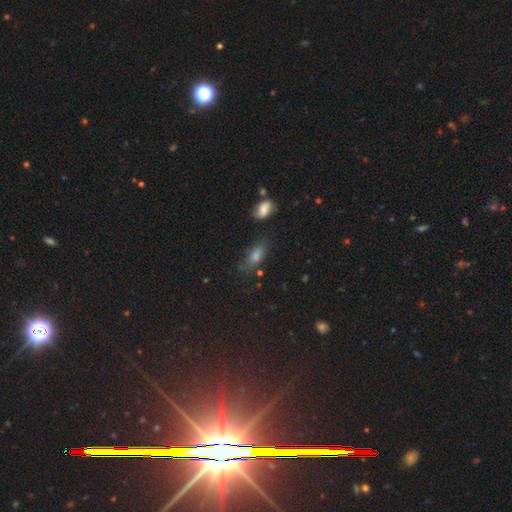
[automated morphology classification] Smooth or featured?
  - smooth: 63% *
  - star or artifact: 21%
  - featured or disk: 17%
How rounded?
  - in between: 70% *
  - cigar-shaped: 22%
  - round: 8%
Merging?
  - none: 64% *
  - minor disturbance: 21%
  - major disturbance: 8%
  - merger: 6%